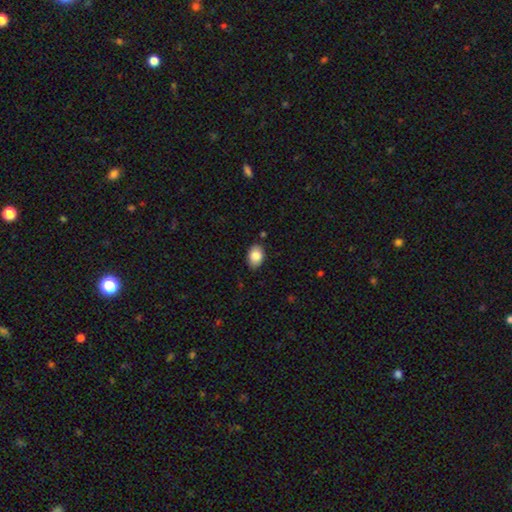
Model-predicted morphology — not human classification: Smooth or featured: smooth — 86% (star or artifact — 7%)
How rounded: in between — 84% (round — 15%)
Merging: none — 84% (minor disturbance — 12%)